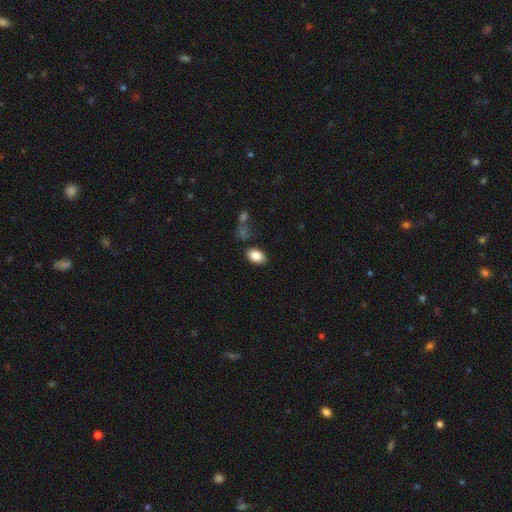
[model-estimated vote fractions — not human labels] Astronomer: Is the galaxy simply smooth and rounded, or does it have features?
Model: smooth — 84%.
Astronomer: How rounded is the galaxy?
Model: in between — 89%.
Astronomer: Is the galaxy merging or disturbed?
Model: none — 82%.